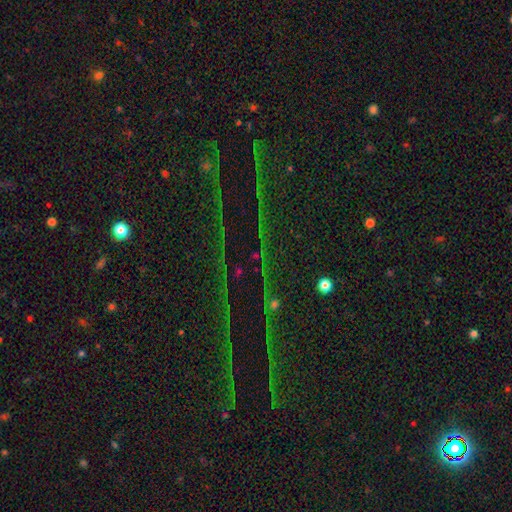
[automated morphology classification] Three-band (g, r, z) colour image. It shows a star or artifact, not a galaxy (71%).